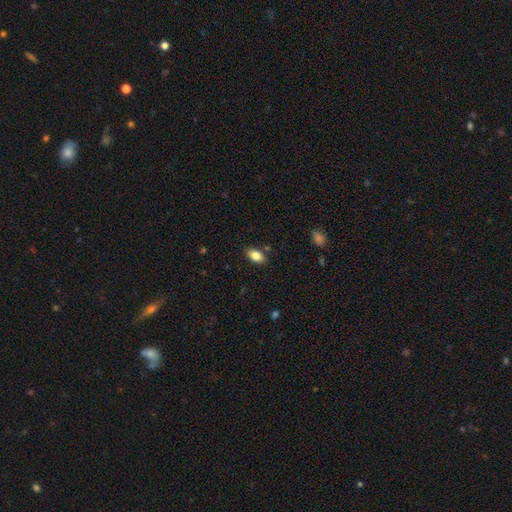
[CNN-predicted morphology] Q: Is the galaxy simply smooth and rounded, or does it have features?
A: smooth — 84%.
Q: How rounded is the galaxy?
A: in between — 92%.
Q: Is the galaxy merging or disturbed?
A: none — 84%.